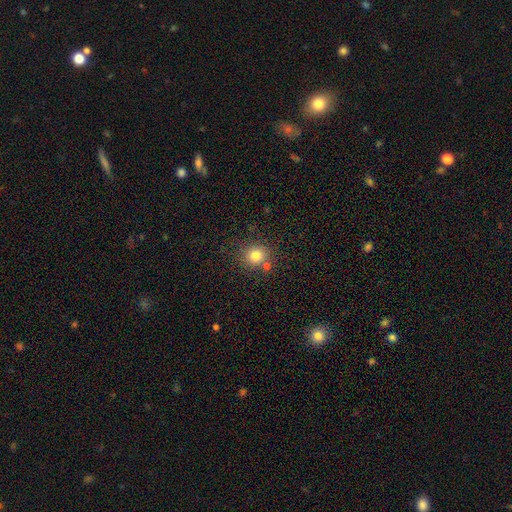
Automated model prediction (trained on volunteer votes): This is clearly a smooth galaxy (81%). How rounded: clearly round (87%). Merging: likely none (73%).